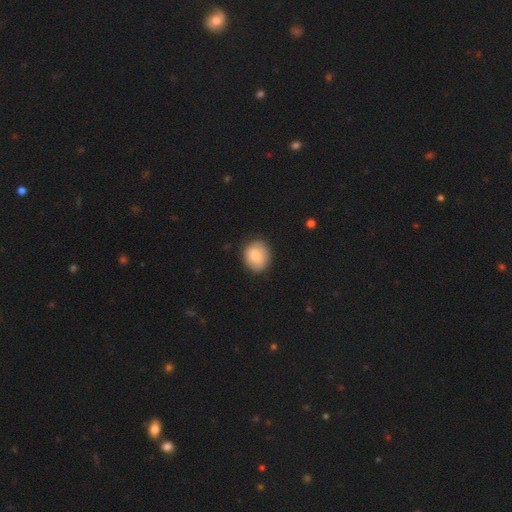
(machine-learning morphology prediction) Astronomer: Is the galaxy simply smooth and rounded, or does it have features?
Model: smooth — 69%.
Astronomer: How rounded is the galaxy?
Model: round — 69%.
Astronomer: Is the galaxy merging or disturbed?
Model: none — 81%.